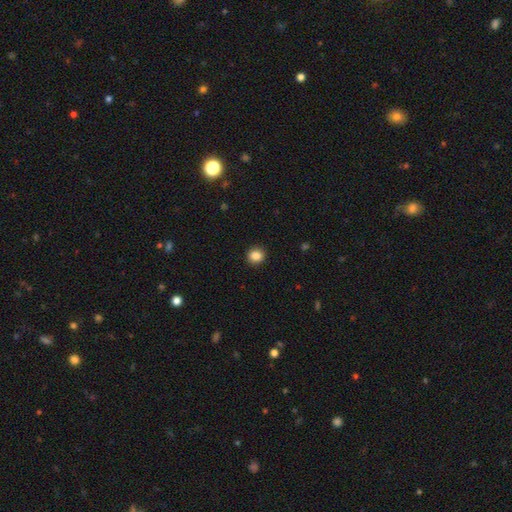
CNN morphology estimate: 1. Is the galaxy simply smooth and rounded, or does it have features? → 87% smooth, 10% star or artifact, 3% featured or disk.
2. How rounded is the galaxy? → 81% round, 18% in between, 1% cigar-shaped.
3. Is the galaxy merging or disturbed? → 90% none, 7% minor disturbance, 2% major disturbance, 1% merger.